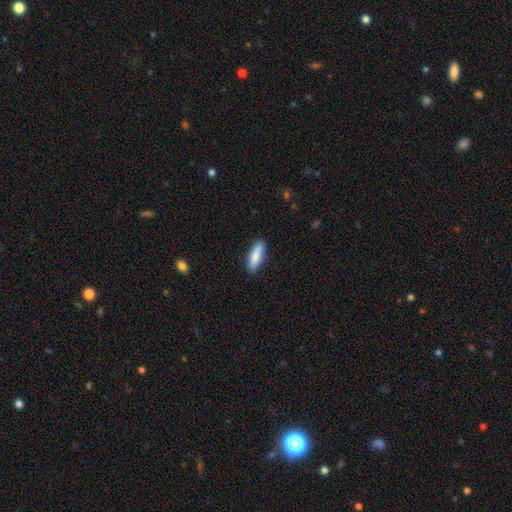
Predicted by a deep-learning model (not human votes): smooth-or-featured: smooth: 83% | featured or disk: 12% | star or artifact: 6%
  how-rounded: cigar-shaped: 58% | in between: 40% | round: 2%
  merging: none: 86% | minor disturbance: 11% | major disturbance: 2% | merger: 1%